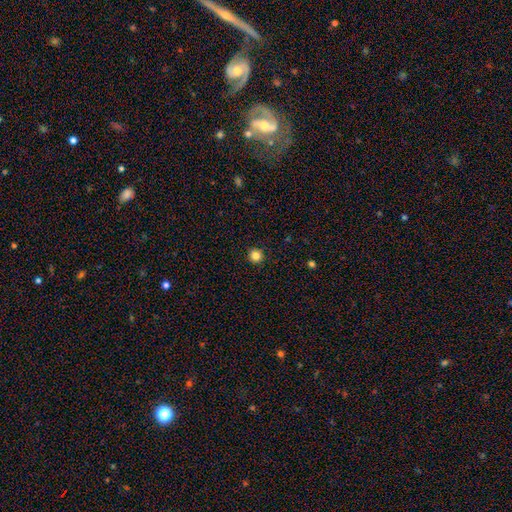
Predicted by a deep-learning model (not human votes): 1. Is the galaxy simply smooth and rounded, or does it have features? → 84% smooth, 12% star or artifact, 4% featured or disk.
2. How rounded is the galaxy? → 95% round, 4% in between, 1% cigar-shaped.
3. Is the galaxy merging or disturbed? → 93% none, 5% minor disturbance, 2% major disturbance, 1% merger.